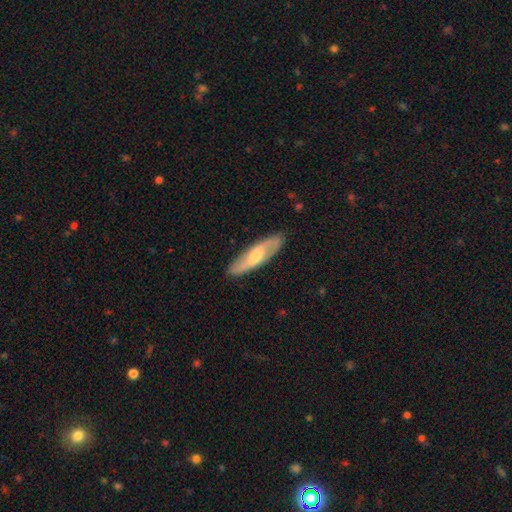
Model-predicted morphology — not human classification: featured or disk 57%, smooth 37%, star or artifact 5%. Down the decision tree: edge-on disk — no (70%); merging — none (87%).